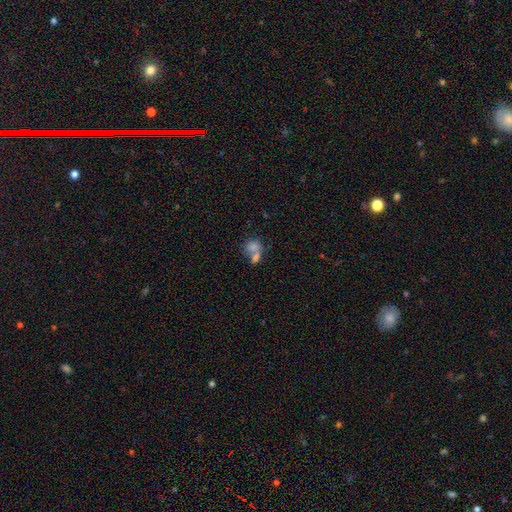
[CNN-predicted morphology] Smooth or featured? Predicted: smooth (p=0.71). How rounded? Predicted: in between (p=0.51). Merging? Predicted: merger (p=0.61).